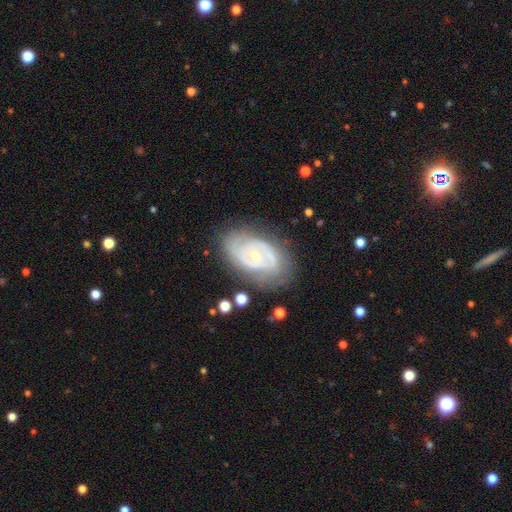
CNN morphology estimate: Overall: featured or disk (83%). Edge-on disk: no (96%). Bar: no (62%; weak 29%). Spiral arms: yes (86%). Spiral arm count: 2 (52%; can't tell 28%). Spiral winding: tight (63%; medium 29%). Bulge size: small (72%). Merging: none (74%).